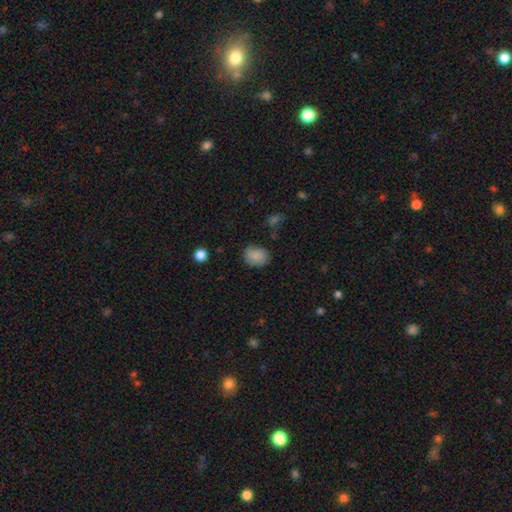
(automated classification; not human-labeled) Smooth or featured?
  - smooth: 84% *
  - star or artifact: 9%
  - featured or disk: 7%
How rounded?
  - round: 52% *
  - in between: 48%
  - cigar-shaped: 1%
Merging?
  - none: 76% *
  - minor disturbance: 17%
  - major disturbance: 4%
  - merger: 2%